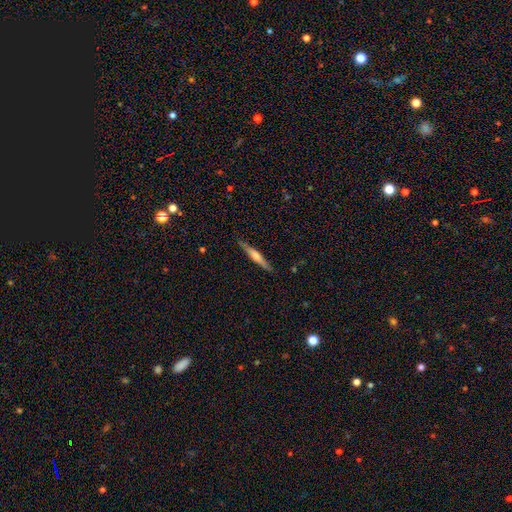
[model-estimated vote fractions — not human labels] A featured or disk galaxy (64%) viewed edge-on (98%) with a rounded central bulge (68%). Merging: none (90%).